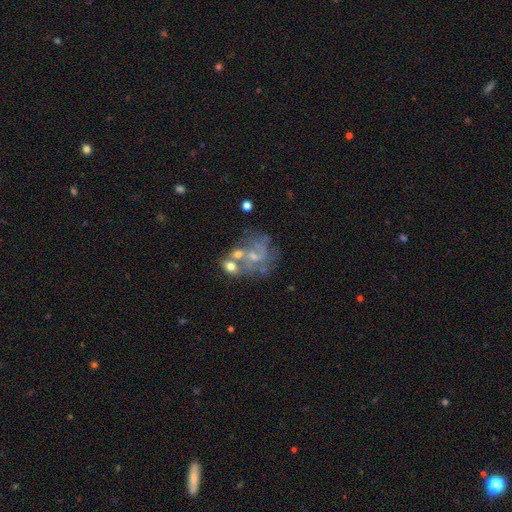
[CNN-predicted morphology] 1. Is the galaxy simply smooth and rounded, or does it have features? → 69% featured or disk, 19% smooth, 12% star or artifact.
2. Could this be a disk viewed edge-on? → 98% no, 2% yes.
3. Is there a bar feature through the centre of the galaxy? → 64% no, 30% weak, 7% strong.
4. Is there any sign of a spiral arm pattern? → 62% yes, 38% no.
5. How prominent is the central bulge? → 54% small, 25% moderate, 18% none, 2% large, 1% dominant.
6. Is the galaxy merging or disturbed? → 33% none, 30% merger, 21% major disturbance, 17% minor disturbance.